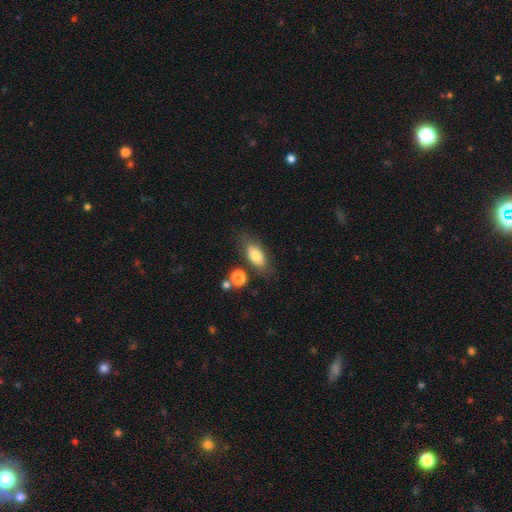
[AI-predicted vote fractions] smooth 75%, featured or disk 17%, star or artifact 8%. Down the decision tree: how rounded — in between (79%); merging — none (73%).